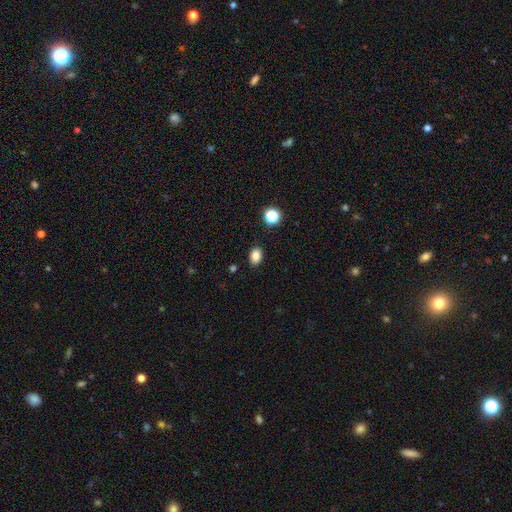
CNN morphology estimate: This appears to be a smooth galaxy with no disk features (84%) that is in between round and cigar-shaped (78%). Merging: none (87%).